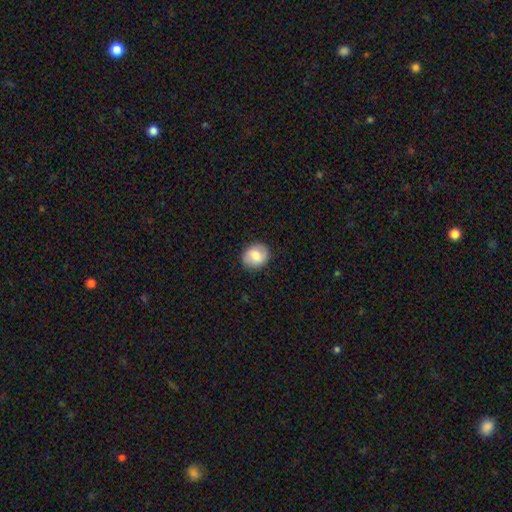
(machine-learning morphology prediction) A smooth galaxy with no disk features (69%) that is round (68%). Merging: none (87%).